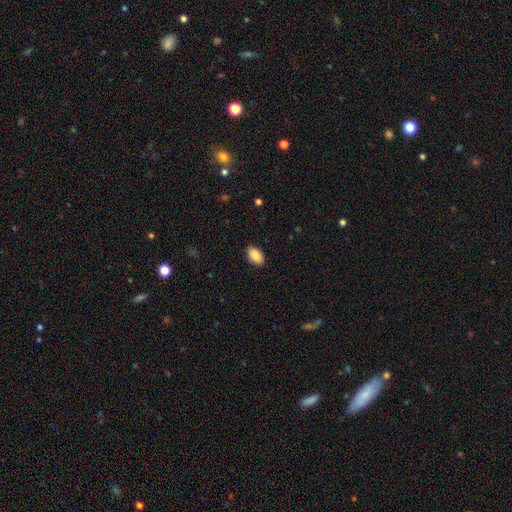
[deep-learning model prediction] A smooth galaxy with no disk features (90%) that is in between round and cigar-shaped (93%).

Vote fractions:
- Smooth or featured? smooth: 90% / star or artifact: 7% / featured or disk: 3%
- How rounded? in between: 93% / round: 6% / cigar-shaped: 1%
- Merging? none: 89% / minor disturbance: 8% / major disturbance: 2% / merger: 1%